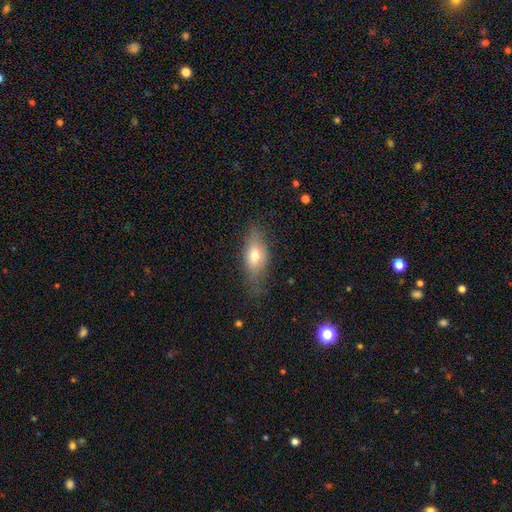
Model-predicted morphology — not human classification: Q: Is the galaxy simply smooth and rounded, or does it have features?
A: smooth — 66%.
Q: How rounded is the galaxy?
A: in between — 77%.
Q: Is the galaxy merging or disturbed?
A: none — 68%.